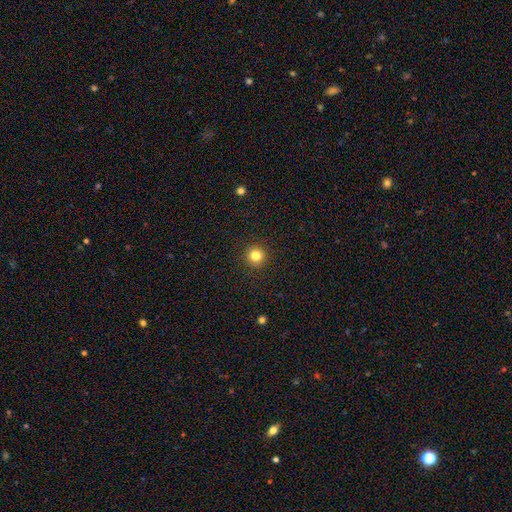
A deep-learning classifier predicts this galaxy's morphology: smooth-or-featured: smooth: 82% | star or artifact: 12% | featured or disk: 5%
  how-rounded: round: 96% | in between: 4% | cigar-shaped: 1%
  merging: none: 93% | minor disturbance: 5% | major disturbance: 2% | merger: 1%